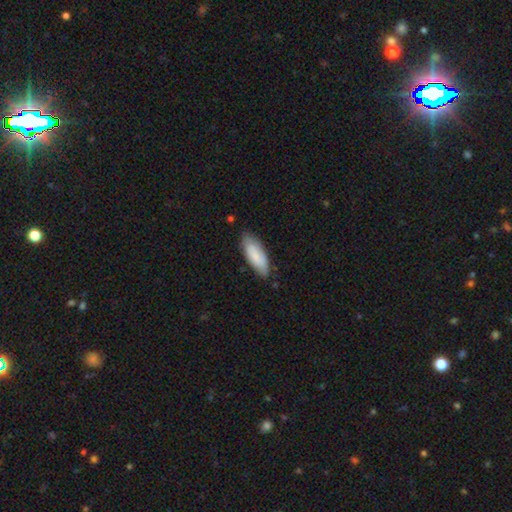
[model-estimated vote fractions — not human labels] This is clearly a smooth galaxy (81%). How rounded: likely in between (75%). Merging: likely none (75%).